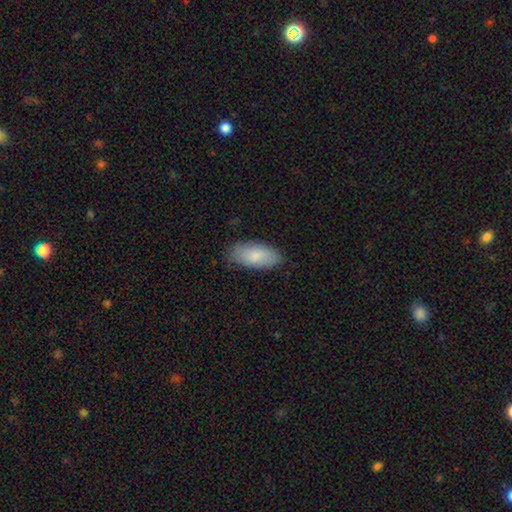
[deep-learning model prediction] This appears to be a smooth galaxy with no disk features (83%) that is in between round and cigar-shaped (91%). Merging: none (81%).